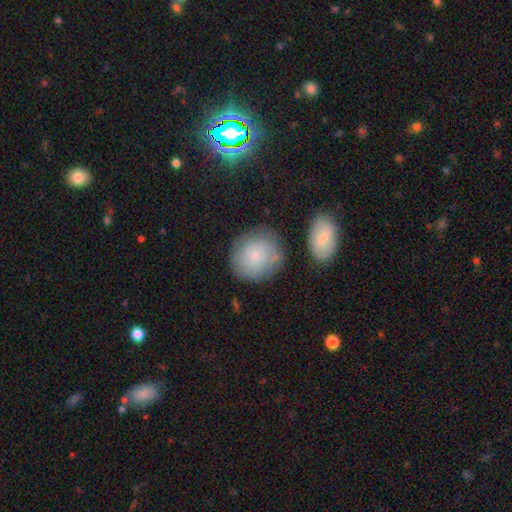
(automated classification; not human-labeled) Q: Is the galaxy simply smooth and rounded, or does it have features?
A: smooth — 69%.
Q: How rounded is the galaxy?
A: round — 82%.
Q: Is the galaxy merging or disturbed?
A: none — 72%.